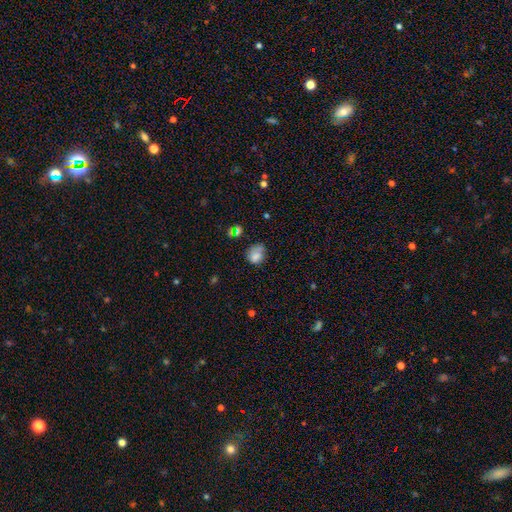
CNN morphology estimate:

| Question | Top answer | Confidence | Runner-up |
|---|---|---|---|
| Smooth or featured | smooth | 75% | featured or disk (12%) |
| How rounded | round | 61% | in between (38%) |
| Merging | none | 47% | minor disturbance (31%) |